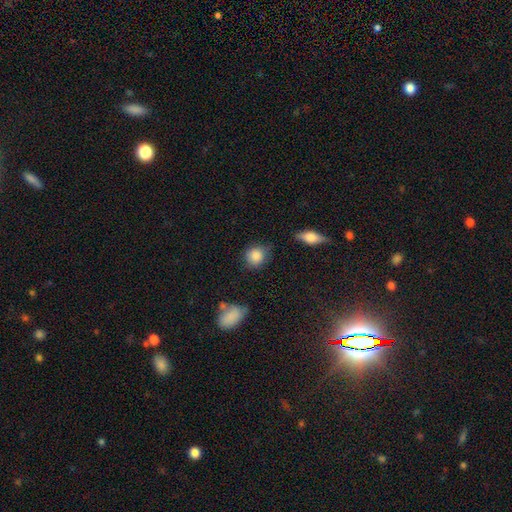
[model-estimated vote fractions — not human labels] smooth_or_featured: smooth (p=0.86) [alt: star or artifact p=0.08]
how_rounded: round (p=0.79) [alt: in between p=0.19]
merging: none (p=0.72) [alt: minor disturbance p=0.20]